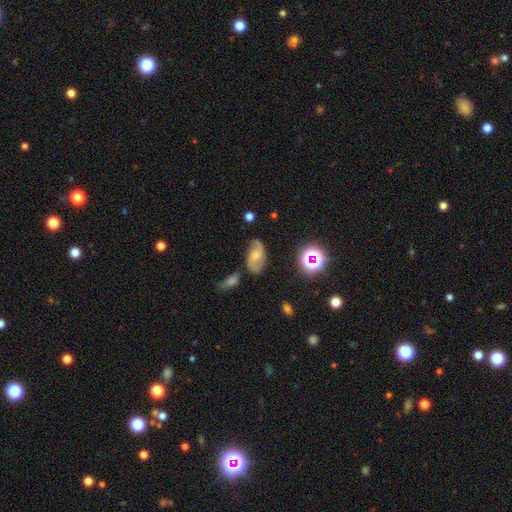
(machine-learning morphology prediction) featured or disk 63%, smooth 25%, star or artifact 12%. Down the decision tree: edge-on disk — no (95%); bar — no (57%); spiral arms — yes (91%); spiral arm count — 2 (86%); spiral winding — medium (43%); bulge size — moderate (44%); merging — none (66%).